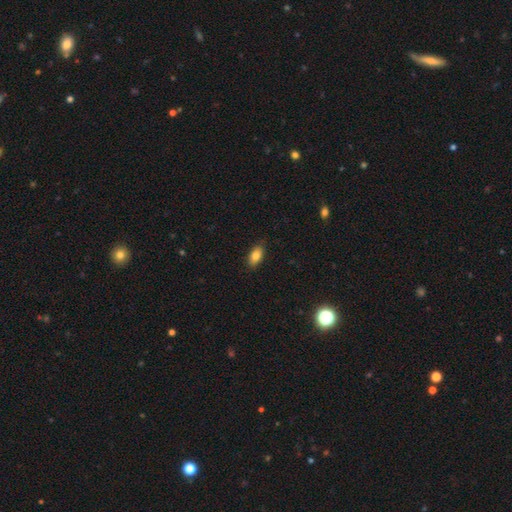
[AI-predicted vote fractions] Smooth or featured? smooth (83%)
How rounded? in between (91%)
Merging? none (86%)